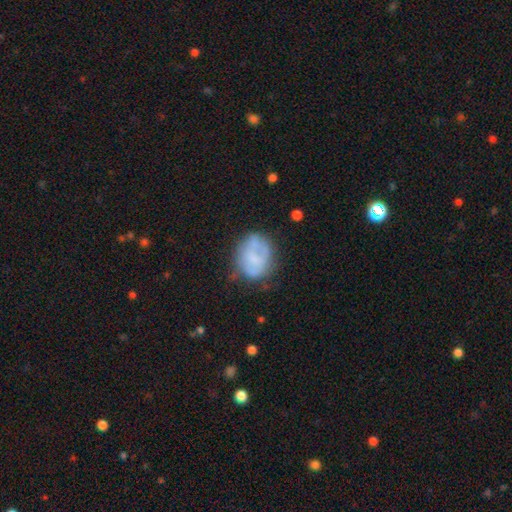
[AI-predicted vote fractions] smooth 51%, featured or disk 40%, star or artifact 9%. Down the decision tree: how rounded — round (56%); merging — none (53%).